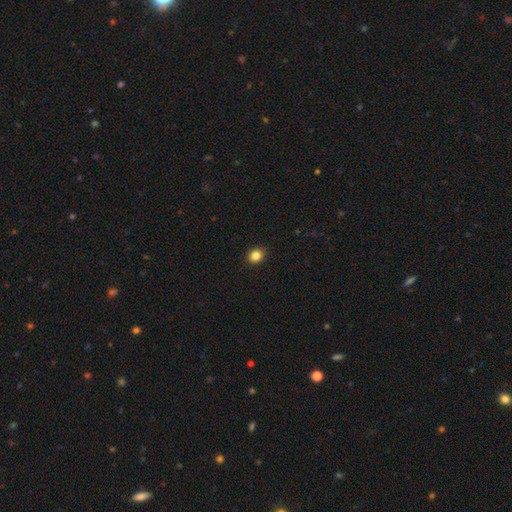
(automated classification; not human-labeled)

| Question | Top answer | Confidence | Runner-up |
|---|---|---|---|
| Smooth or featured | smooth | 85% | star or artifact (11%) |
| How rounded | round | 61% | in between (38%) |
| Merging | none | 92% | minor disturbance (6%) |